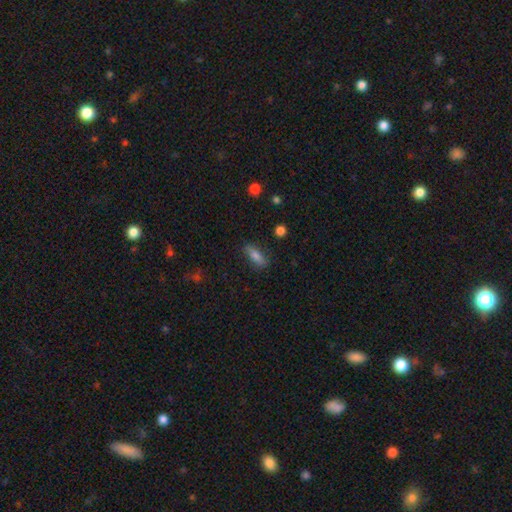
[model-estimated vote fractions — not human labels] Smooth or featured? Predicted: smooth (p=0.75). How rounded? Predicted: in between (p=0.61). Merging? Predicted: none (p=0.80).